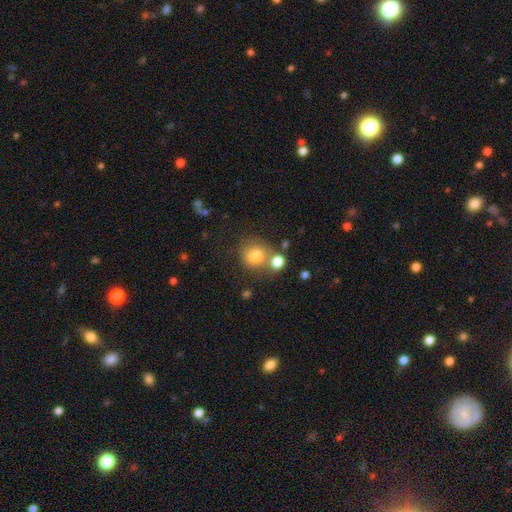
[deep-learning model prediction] Smooth or featured? smooth (79%)
How rounded? round (85%)
Merging? none (58%)